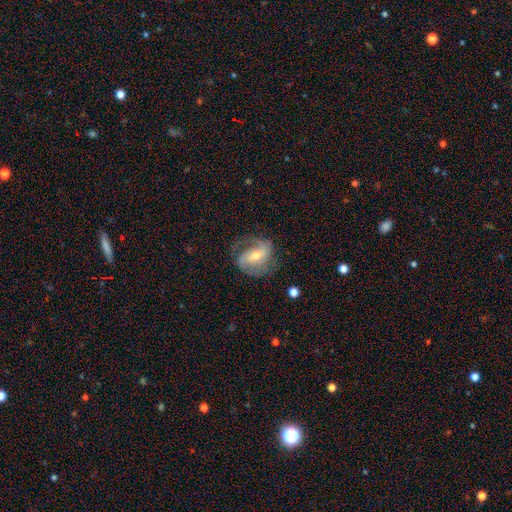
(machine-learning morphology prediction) Smooth or featured?
  - featured or disk: 79% *
  - smooth: 15%
  - star or artifact: 6%
Edge-on disk?
  - no: 97% *
  - yes: 3%
Bar?
  - weak: 45% *
  - strong: 32%
  - no: 24%
Spiral arms?
  - yes: 93% *
  - no: 7%
Spiral winding?
  - medium: 48% *
  - loose: 27%
  - tight: 25%
Spiral arm count?
  - 2: 75% *
  - 1: 12%
  - can't tell: 8%
  - 3: 3%
  - 4: 1%
  - more than 4: 1%
Bulge size?
  - moderate: 52% *
  - small: 43%
  - large: 3%
  - none: 1%
  - dominant: 1%
Merging?
  - none: 65% *
  - minor disturbance: 20%
  - major disturbance: 14%
  - merger: 2%